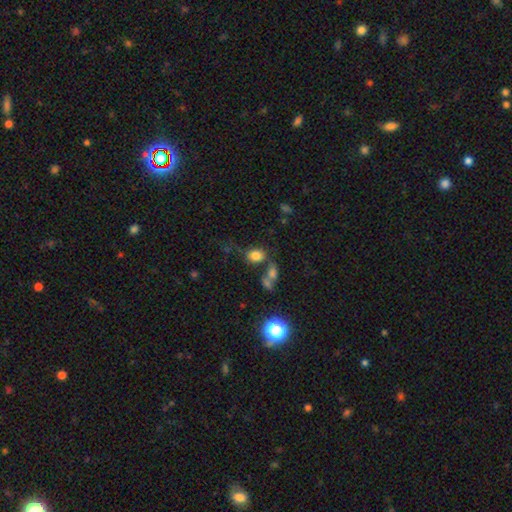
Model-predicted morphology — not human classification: Smooth or featured?
  - smooth: 79% *
  - star or artifact: 13%
  - featured or disk: 8%
How rounded?
  - in between: 54% *
  - round: 44%
  - cigar-shaped: 2%
Merging?
  - none: 58% *
  - merger: 20%
  - minor disturbance: 14%
  - major disturbance: 8%